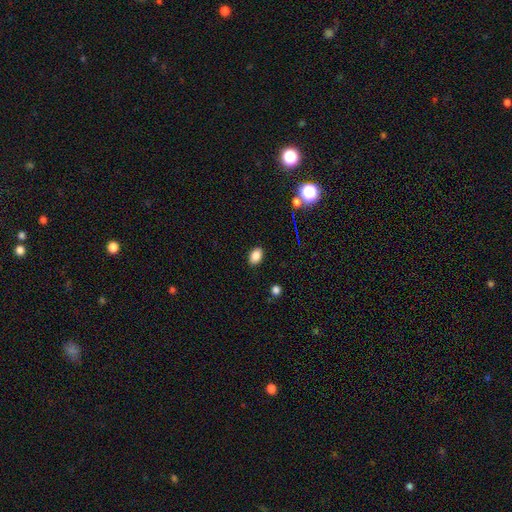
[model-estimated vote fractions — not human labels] Morphology: type=smooth (85%); roundness=in between (87%); merging=none (88%).